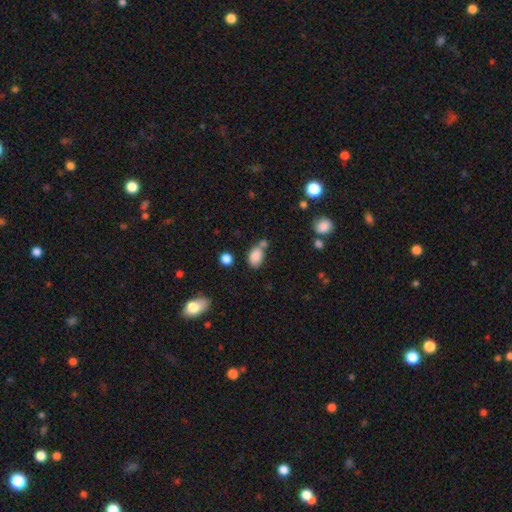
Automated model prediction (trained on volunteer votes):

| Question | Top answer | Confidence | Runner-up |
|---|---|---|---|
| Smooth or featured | smooth | 85% | star or artifact (9%) |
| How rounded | in between | 85% | round (13%) |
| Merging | none | 52% | merger (26%) |